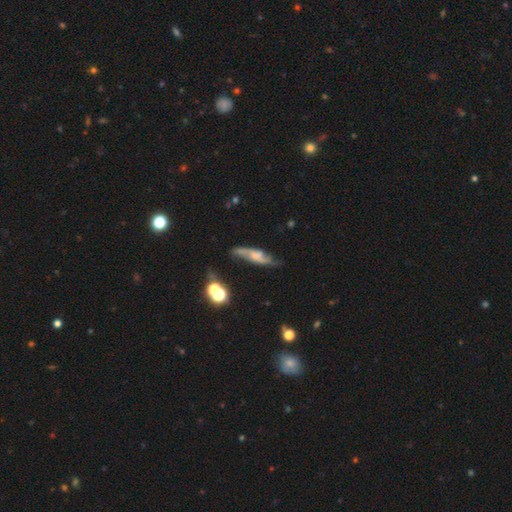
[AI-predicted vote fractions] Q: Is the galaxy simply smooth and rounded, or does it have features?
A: featured or disk — 72%.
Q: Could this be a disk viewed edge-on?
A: no — 78%.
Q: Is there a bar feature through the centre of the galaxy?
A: no — 52%.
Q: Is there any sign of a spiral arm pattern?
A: yes — 93%.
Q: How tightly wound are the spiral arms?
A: loose — 60%.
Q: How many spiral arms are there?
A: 2 — 87%.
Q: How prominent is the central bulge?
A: small — 32%.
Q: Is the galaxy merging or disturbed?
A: none — 65%.